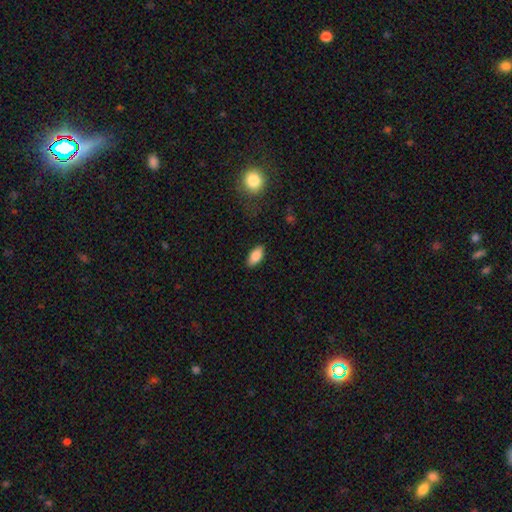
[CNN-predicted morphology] This appears to be a smooth galaxy with no disk features (85%) that is in between round and cigar-shaped (91%). Merging: none (87%).